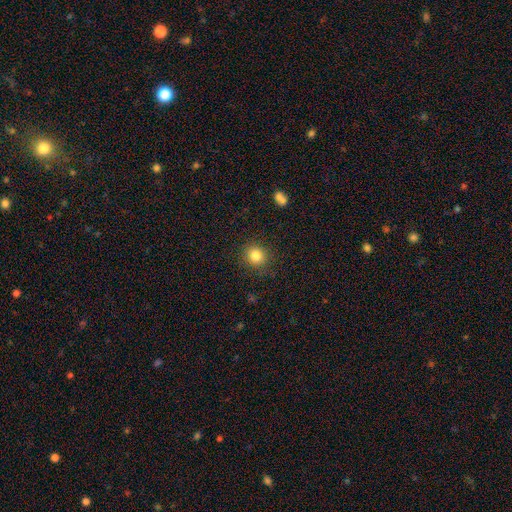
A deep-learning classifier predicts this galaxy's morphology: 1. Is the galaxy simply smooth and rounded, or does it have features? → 83% smooth, 12% star or artifact, 6% featured or disk.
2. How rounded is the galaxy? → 87% round, 12% in between, 1% cigar-shaped.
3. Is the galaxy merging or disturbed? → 89% none, 7% minor disturbance, 3% major disturbance, 1% merger.